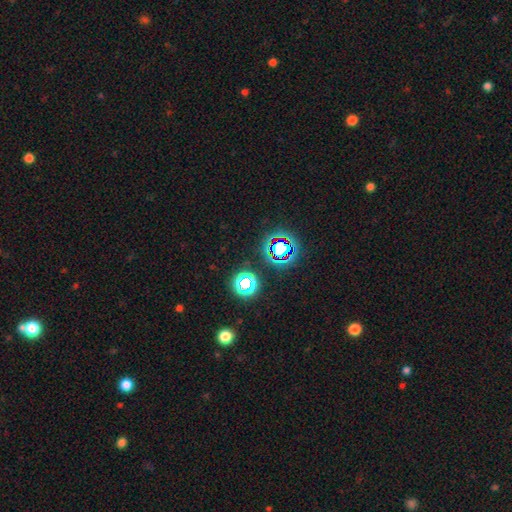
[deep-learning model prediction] Smooth or featured?
  - star or artifact: 75% *
  - smooth: 18%
  - featured or disk: 8%